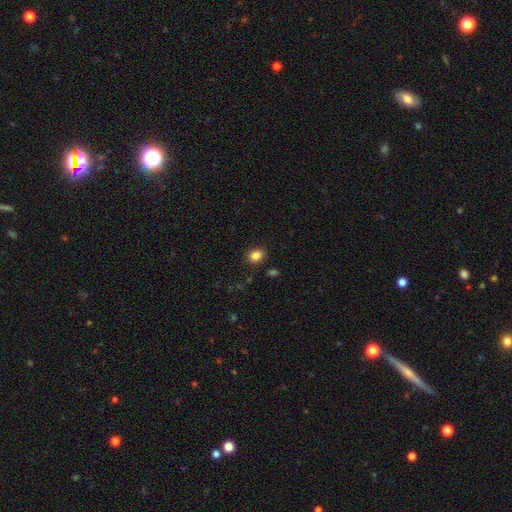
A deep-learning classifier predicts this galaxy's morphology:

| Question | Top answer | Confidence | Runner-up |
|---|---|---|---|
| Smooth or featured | smooth | 85% | star or artifact (10%) |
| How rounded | in between | 56% | round (43%) |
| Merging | none | 87% | minor disturbance (9%) |